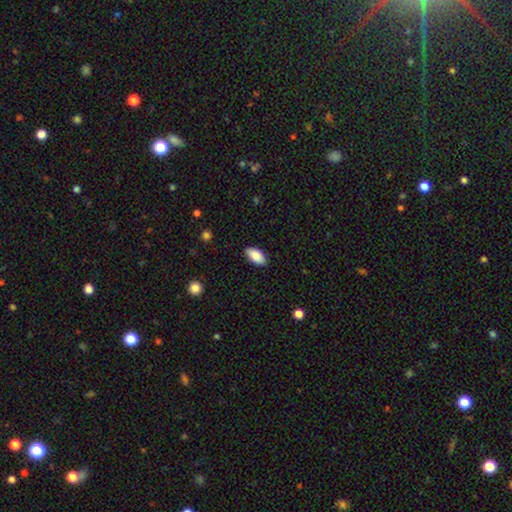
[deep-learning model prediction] Overall: smooth (88%). How rounded: in between (93%). Merging: none (84%).